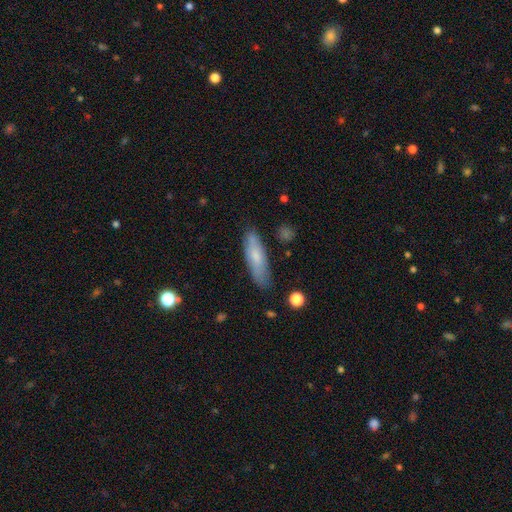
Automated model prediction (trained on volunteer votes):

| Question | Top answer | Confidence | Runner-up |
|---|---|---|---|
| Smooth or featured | smooth | 68% | featured or disk (25%) |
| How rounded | cigar-shaped | 61% | in between (37%) |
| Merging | none | 79% | minor disturbance (15%) |